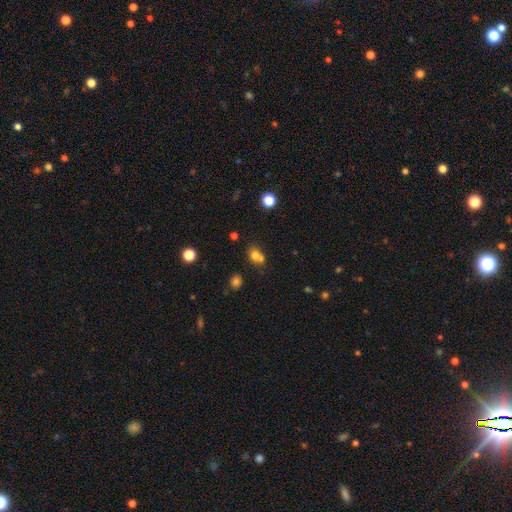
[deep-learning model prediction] Smooth or featured? Predicted: smooth (p=0.73). How rounded? Predicted: round (p=0.64). Merging? Predicted: merger (p=0.45).